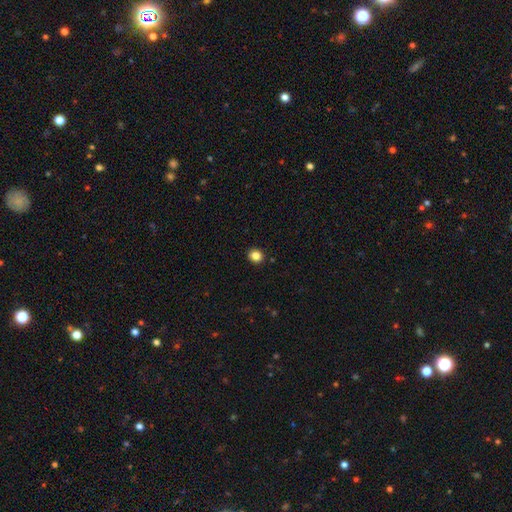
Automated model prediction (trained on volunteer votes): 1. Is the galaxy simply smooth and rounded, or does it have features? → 85% smooth, 11% star or artifact, 4% featured or disk.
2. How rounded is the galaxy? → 76% round, 23% in between, 1% cigar-shaped.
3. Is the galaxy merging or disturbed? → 92% none, 5% minor disturbance, 2% major disturbance, 1% merger.